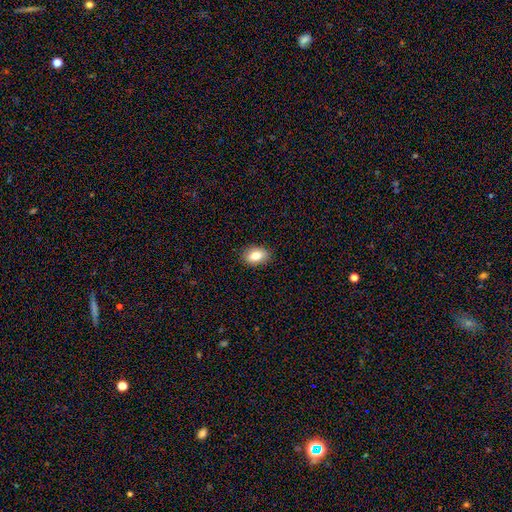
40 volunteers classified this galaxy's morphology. smooth-or-featured: smooth: 80% | featured or disk: 10% | star or artifact: 10%
  how-rounded: in between: 94% | round: 3% | cigar-shaped: 3%
  merging: none: 92% | minor disturbance: 6% | merger: 3% | major disturbance: 0%